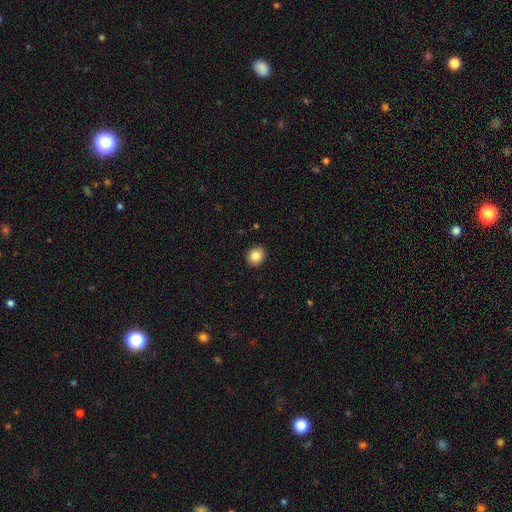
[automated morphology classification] Smooth or featured?
  - smooth: 85% *
  - star or artifact: 9%
  - featured or disk: 6%
How rounded?
  - round: 79% *
  - in between: 20%
  - cigar-shaped: 1%
Merging?
  - none: 92% *
  - minor disturbance: 6%
  - major disturbance: 2%
  - merger: 1%